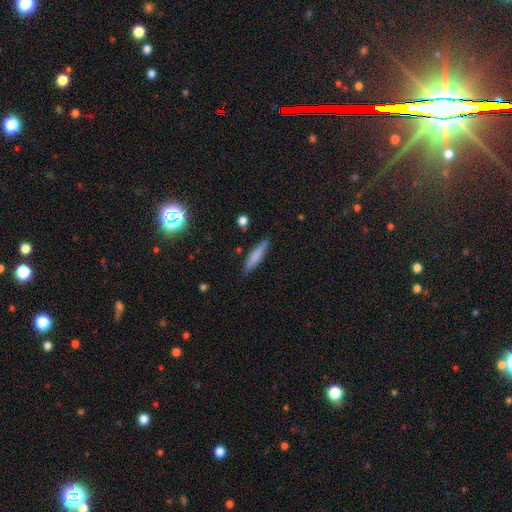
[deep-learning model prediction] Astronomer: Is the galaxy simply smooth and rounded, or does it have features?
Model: smooth — 74%.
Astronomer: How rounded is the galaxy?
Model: cigar-shaped — 83%.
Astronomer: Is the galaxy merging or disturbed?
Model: none — 83%.